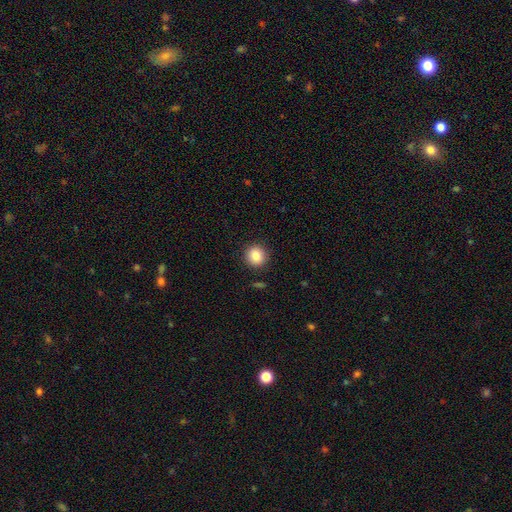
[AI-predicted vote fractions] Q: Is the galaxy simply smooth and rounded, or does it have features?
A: smooth — 85%.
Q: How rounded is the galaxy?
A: round — 91%.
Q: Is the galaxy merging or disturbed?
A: none — 90%.